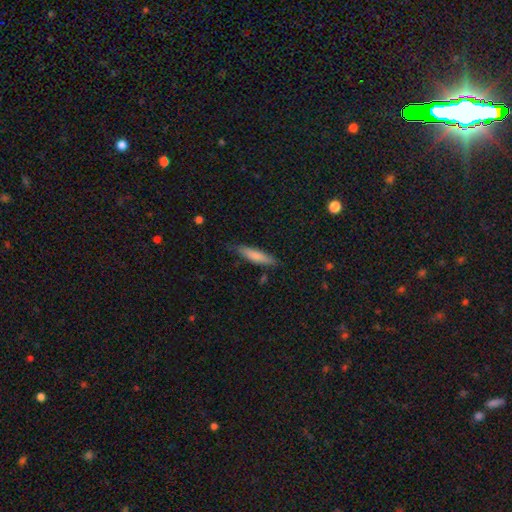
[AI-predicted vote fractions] This is likely a smooth galaxy (77%). How rounded: likely cigar-shaped (76%). Merging: likely none (76%).